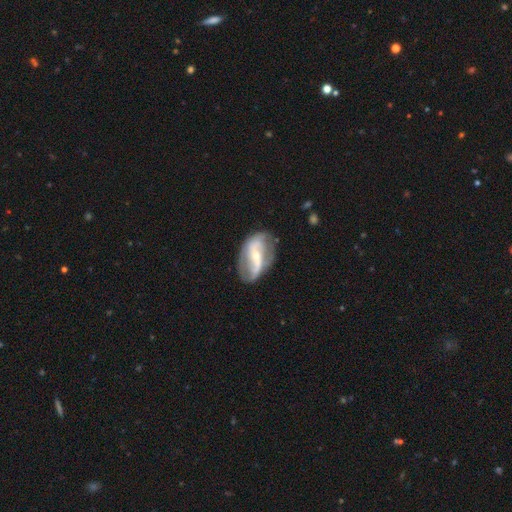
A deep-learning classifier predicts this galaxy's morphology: Smooth or featured? Predicted: featured or disk (p=0.80). Edge-on disk? Predicted: no (p=0.94). Bar? Predicted: strong (p=0.52). Spiral arms? Predicted: yes (p=0.81). Spiral winding? Predicted: loose (p=0.49). Spiral arm count? Predicted: 2 (p=0.81). Bulge size? Predicted: small (p=0.60). Merging? Predicted: none (p=0.66).